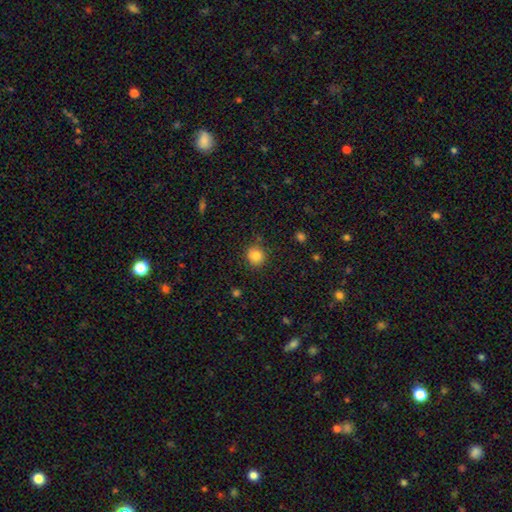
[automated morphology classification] This is clearly a smooth galaxy (83%). How rounded: clearly round (87%). Merging: clearly none (86%).